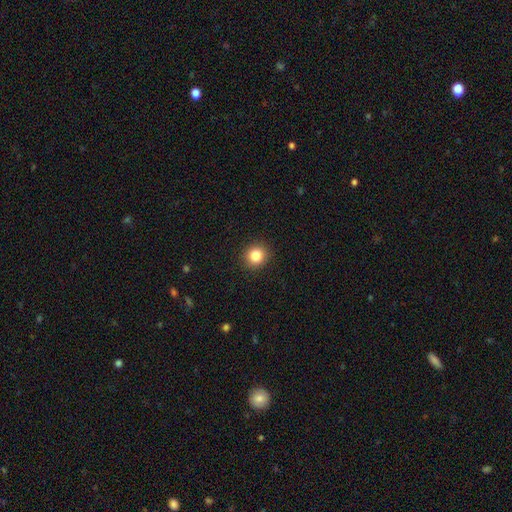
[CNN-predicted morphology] smooth_or_featured: smooth (p=0.84) [alt: star or artifact p=0.11]
how_rounded: round (p=0.88) [alt: in between p=0.11]
merging: none (p=0.92) [alt: minor disturbance p=0.05]